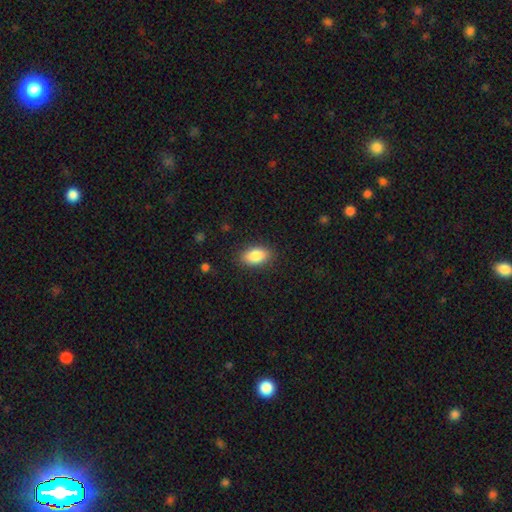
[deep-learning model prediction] Smooth or featured? Predicted: smooth (p=0.86). How rounded? Predicted: in between (p=0.91). Merging? Predicted: none (p=0.87).